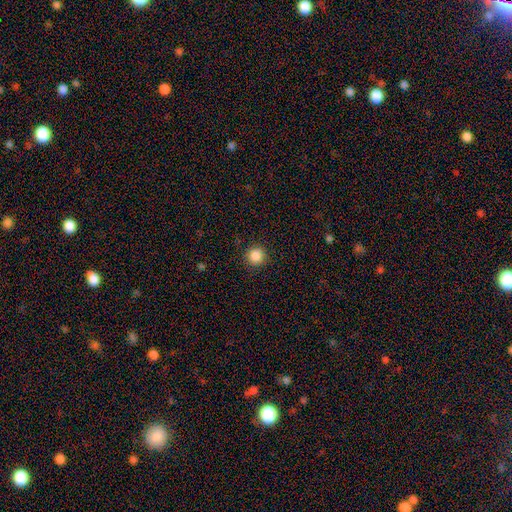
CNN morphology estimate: type=smooth (87%); roundness=round (95%); merging=none (91%).